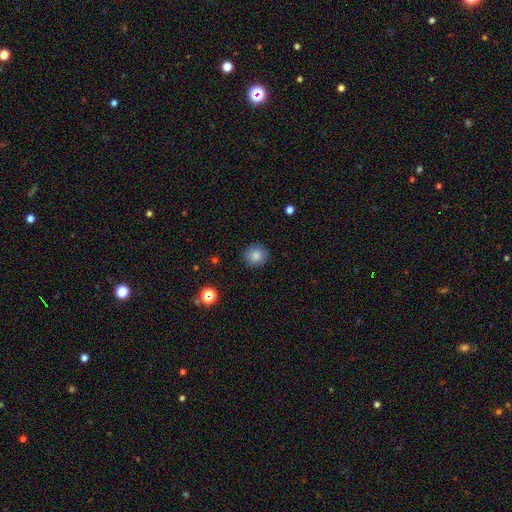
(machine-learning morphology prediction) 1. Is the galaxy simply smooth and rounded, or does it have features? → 84% smooth, 10% star or artifact, 5% featured or disk.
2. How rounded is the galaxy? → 93% round, 6% in between, 1% cigar-shaped.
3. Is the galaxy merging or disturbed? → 89% none, 7% minor disturbance, 2% major disturbance, 1% merger.